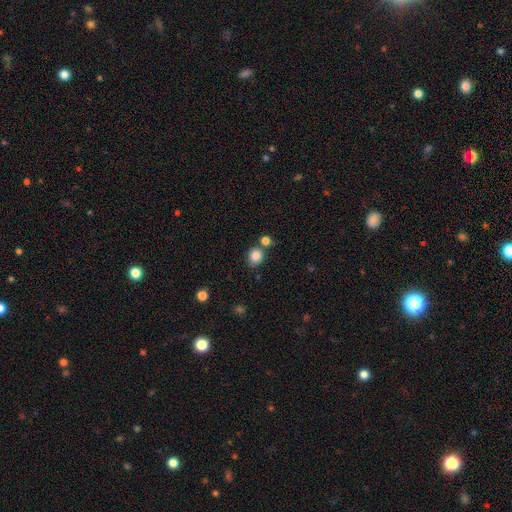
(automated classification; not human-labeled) Smooth or featured?
  - smooth: 85% *
  - star or artifact: 10%
  - featured or disk: 5%
How rounded?
  - round: 75% *
  - in between: 24%
  - cigar-shaped: 1%
Merging?
  - none: 70% *
  - merger: 15%
  - minor disturbance: 11%
  - major disturbance: 3%